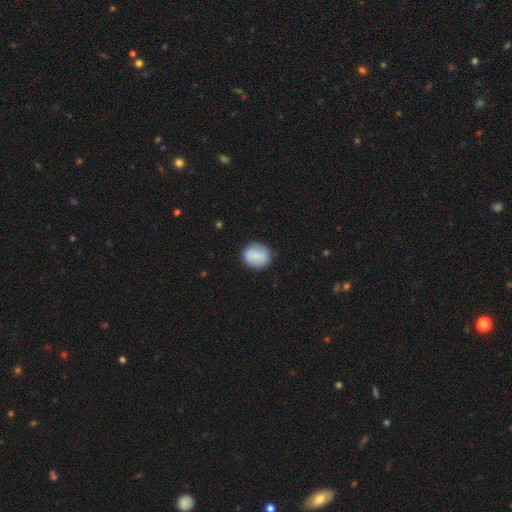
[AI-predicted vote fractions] The model was most divided on "how rounded": round: 81%, in between: 18%, cigar-shaped: 1%. More confident: merging — none (86%); smooth or featured — smooth (82%).